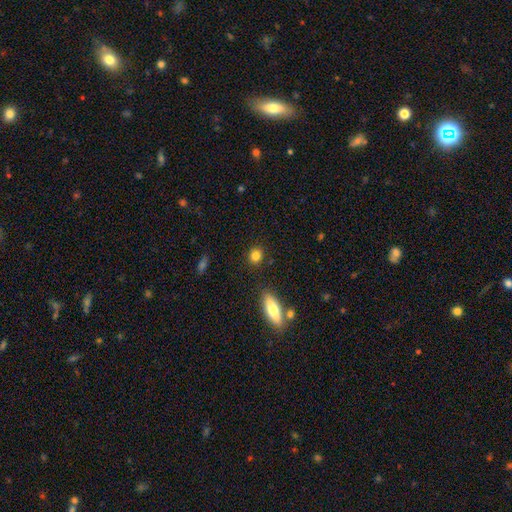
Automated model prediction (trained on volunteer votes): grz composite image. It shows a smooth galaxy with no disk features (83%) that is round (79%). Merging: none (87%).